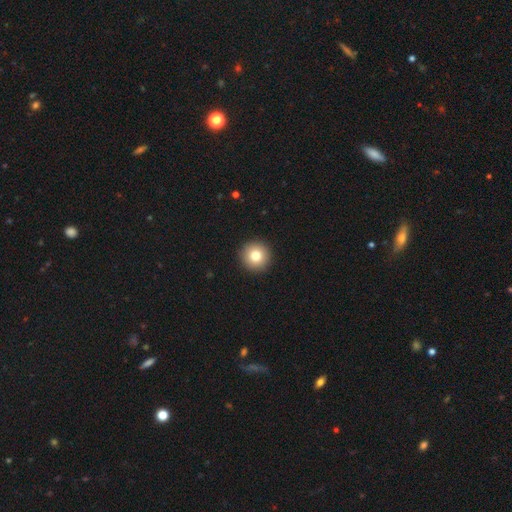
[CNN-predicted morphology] Q: Smooth or featured?
A: smooth (79%); runner-up: star or artifact (10%)
Q: How rounded?
A: round (96%); runner-up: in between (3%)
Q: Merging?
A: none (94%); runner-up: minor disturbance (4%)